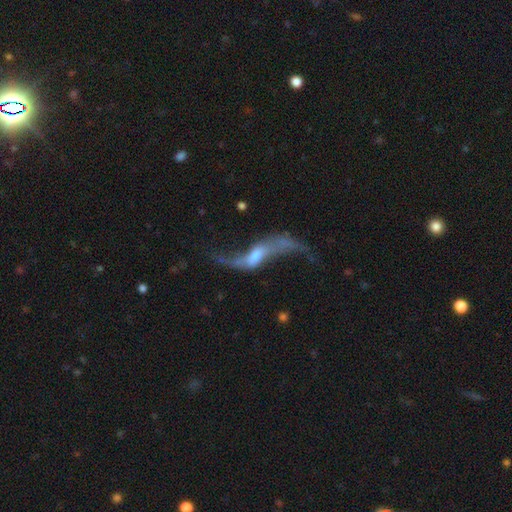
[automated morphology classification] Smooth or featured? featured or disk (81%)
Edge-on disk? no (85%)
Bar? no (46%)
Spiral arms? yes (85%)
Spiral winding? loose (95%)
Spiral arm count? 2 (92%)
Bulge size? moderate (51%)
Merging? none (40%)